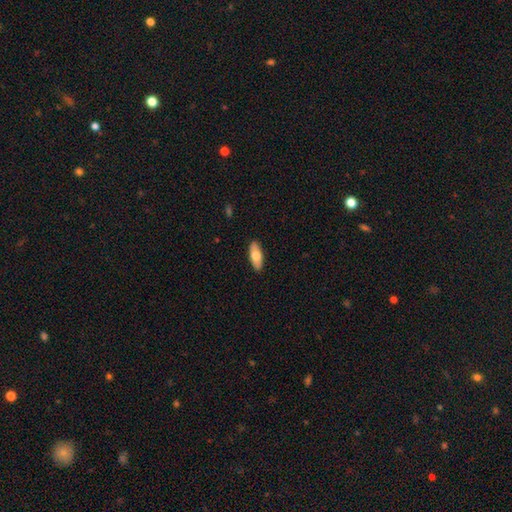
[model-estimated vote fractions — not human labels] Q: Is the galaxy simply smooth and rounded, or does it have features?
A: smooth — 67%.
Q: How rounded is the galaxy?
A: in between — 74%.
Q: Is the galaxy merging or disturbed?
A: none — 89%.